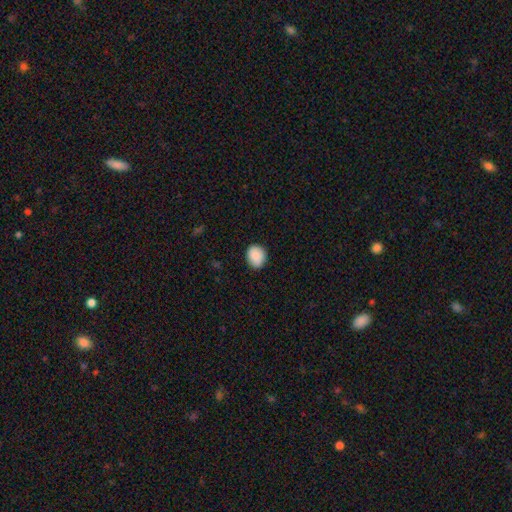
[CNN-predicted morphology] type=smooth (89%); roundness=round (59%); merging=none (85%).